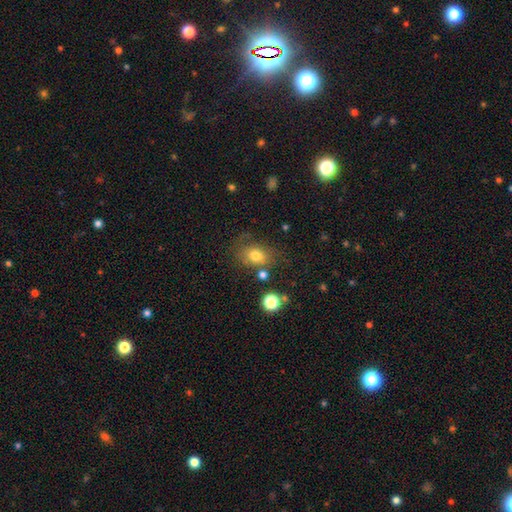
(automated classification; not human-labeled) Smooth or featured? Predicted: smooth (p=0.74). How rounded? Predicted: in between (p=0.62). Merging? Predicted: none (p=0.61).